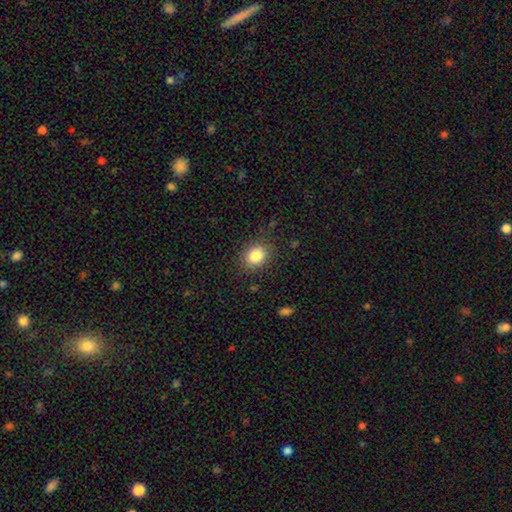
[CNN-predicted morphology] A smooth galaxy with no disk features (84%) that is round (51%).

Vote fractions:
- Smooth or featured? smooth: 84% / star or artifact: 10% / featured or disk: 6%
- How rounded? round: 51% / in between: 48% / cigar-shaped: 1%
- Merging? none: 85% / minor disturbance: 11% / major disturbance: 4% / merger: 1%